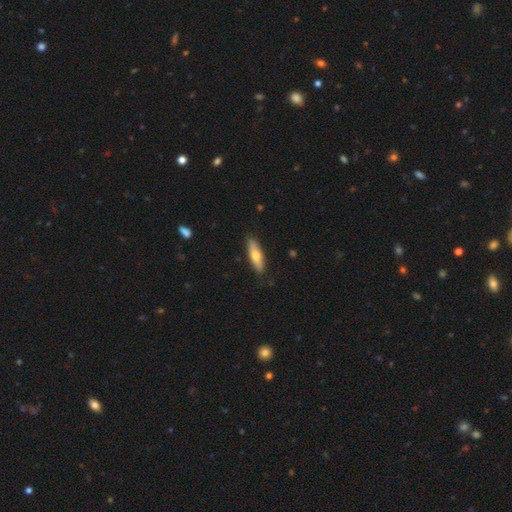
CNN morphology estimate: smooth 63%, featured or disk 32%, star or artifact 5%. Down the decision tree: how rounded — cigar-shaped (56%); merging — none (86%).